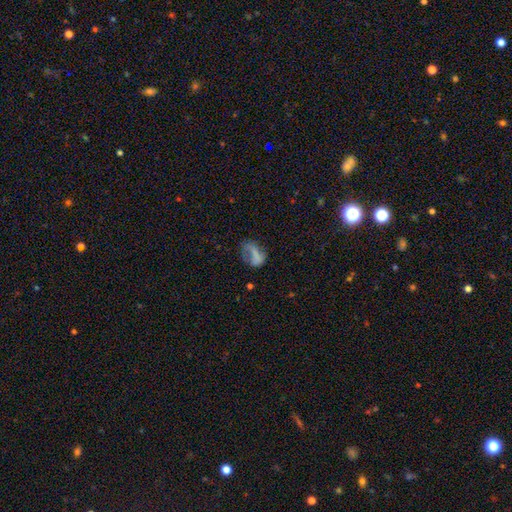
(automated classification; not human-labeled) Overall: smooth (60%; featured or disk 28%). How rounded: in between (77%). Merging: major disturbance (42%; none 29%).